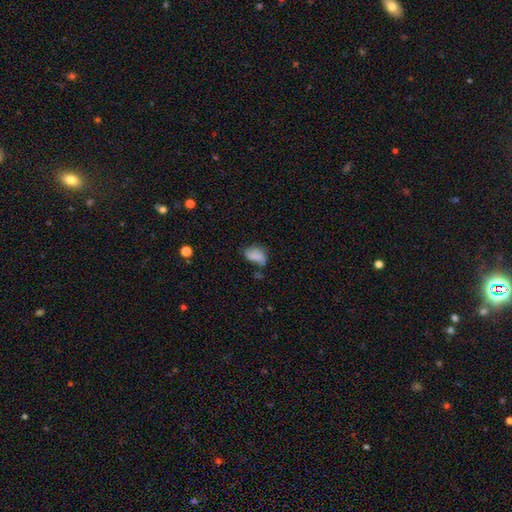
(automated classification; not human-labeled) A smooth galaxy with no disk features (72%) that is in between round and cigar-shaped (84%). Merging: none (42%).